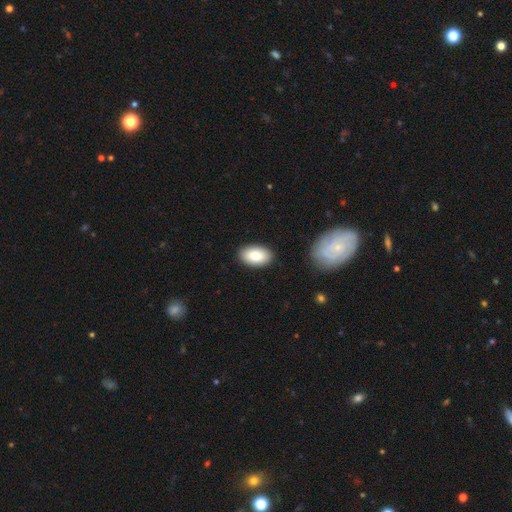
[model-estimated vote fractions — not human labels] Morphology: type=smooth (85%); roundness=in between (93%); merging=none (88%).